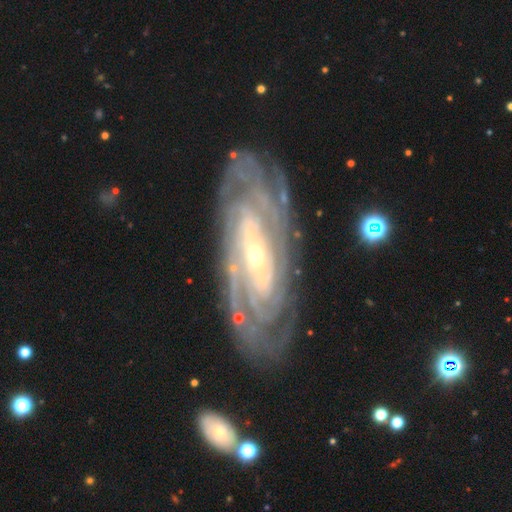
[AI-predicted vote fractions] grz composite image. It shows a featured or disk galaxy (90%) with no bar (53%), tight (79%) spiral arms (97%) and a small central bulge (66%). Merging: none (78%).